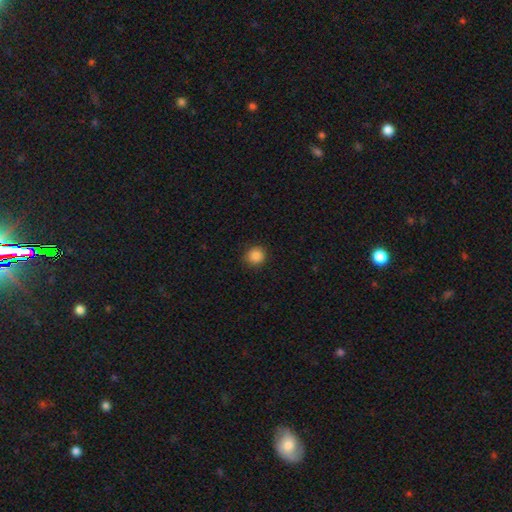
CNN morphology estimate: Smooth or featured?
  - smooth: 87% *
  - star or artifact: 10%
  - featured or disk: 3%
How rounded?
  - round: 89% *
  - in between: 10%
  - cigar-shaped: 1%
Merging?
  - none: 90% *
  - minor disturbance: 7%
  - major disturbance: 2%
  - merger: 1%